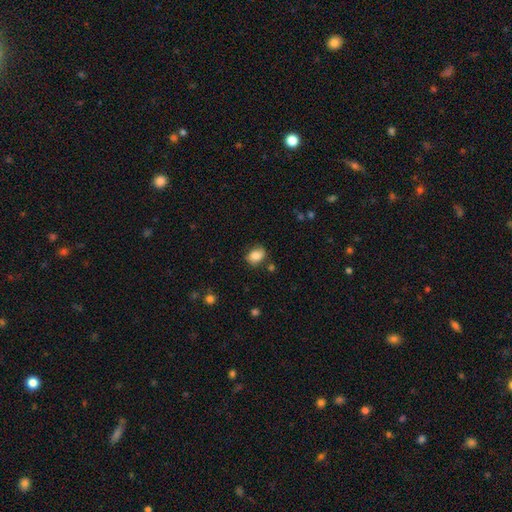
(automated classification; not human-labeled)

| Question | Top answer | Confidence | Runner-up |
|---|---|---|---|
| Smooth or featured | smooth | 81% | featured or disk (11%) |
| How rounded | in between | 64% | round (34%) |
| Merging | none | 70% | minor disturbance (21%) |